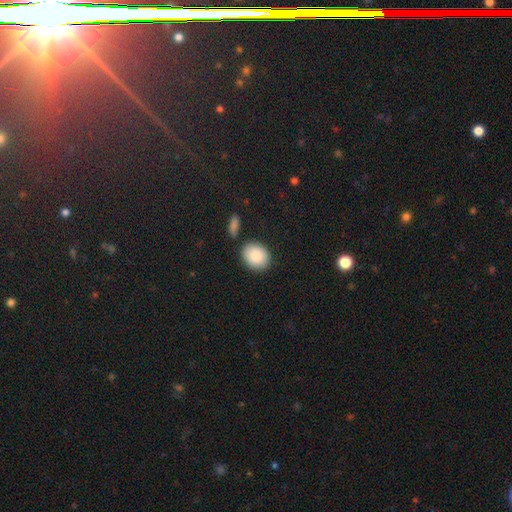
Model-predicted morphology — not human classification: A smooth galaxy with no disk features (86%) that is round (51%). Merging: none (79%).